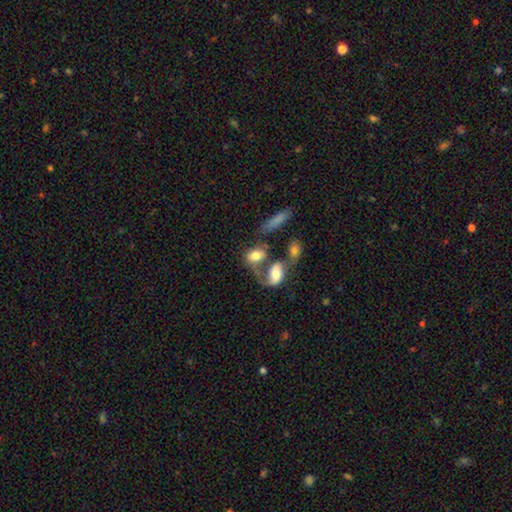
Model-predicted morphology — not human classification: Smooth or featured: smooth — 63% (featured or disk — 29%)
How rounded: in between — 83% (round — 13%)
Merging: merger — 54% (none — 20%)